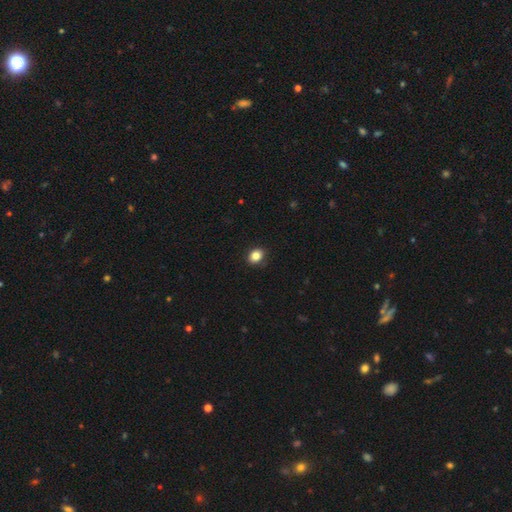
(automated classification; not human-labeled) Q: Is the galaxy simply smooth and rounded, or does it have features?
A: smooth — 85%.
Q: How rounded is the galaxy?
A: in between — 50%.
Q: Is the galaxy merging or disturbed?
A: none — 87%.